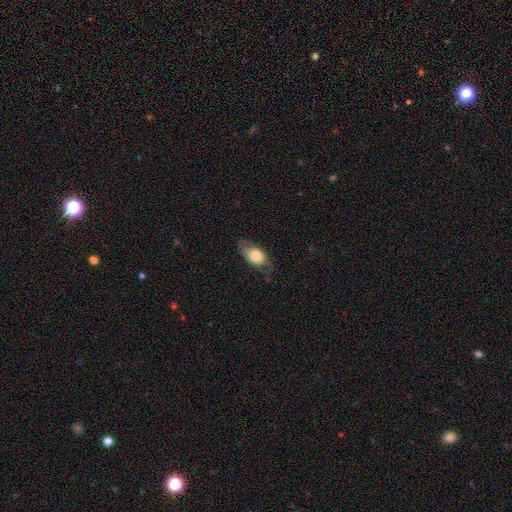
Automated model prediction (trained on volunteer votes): smooth 68%, featured or disk 25%, star or artifact 7%. Down the decision tree: how rounded — in between (84%); merging — none (59%).